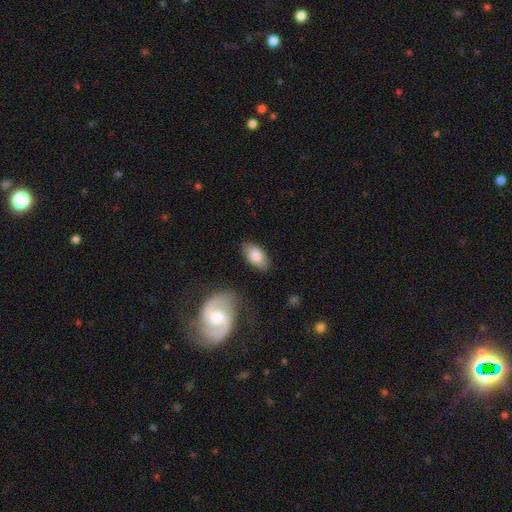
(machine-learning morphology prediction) type=smooth (83%); roundness=in between (94%); merging=none (83%).